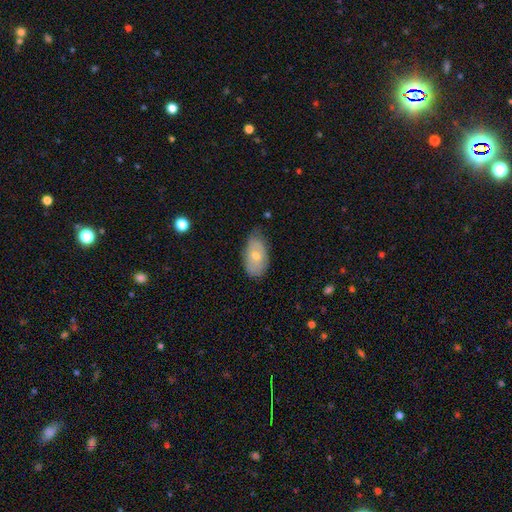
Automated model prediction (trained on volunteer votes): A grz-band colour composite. It shows a smooth galaxy with no disk features (57%) that is in between round and cigar-shaped (92%). Merging: none (66%).